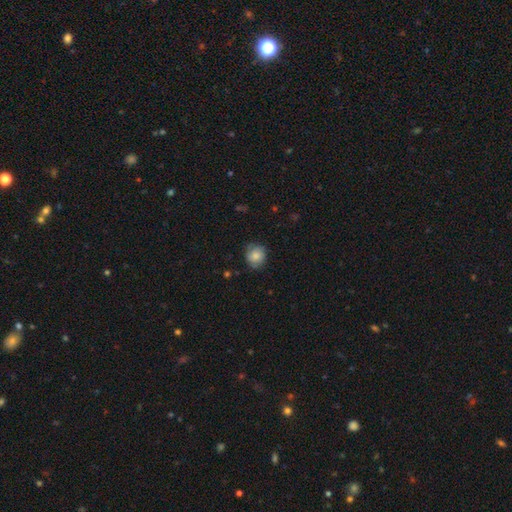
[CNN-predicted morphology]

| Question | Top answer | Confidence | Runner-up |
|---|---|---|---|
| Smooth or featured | smooth | 79% | featured or disk (13%) |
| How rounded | round | 83% | in between (16%) |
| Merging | none | 75% | minor disturbance (20%) |